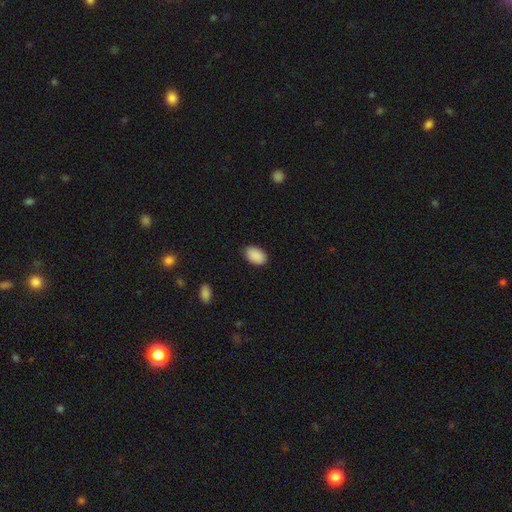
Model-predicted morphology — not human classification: smooth_or_featured: smooth (p=0.91) [alt: star or artifact p=0.07]
how_rounded: in between (p=0.90) [alt: round p=0.09]
merging: none (p=0.88) [alt: minor disturbance p=0.08]